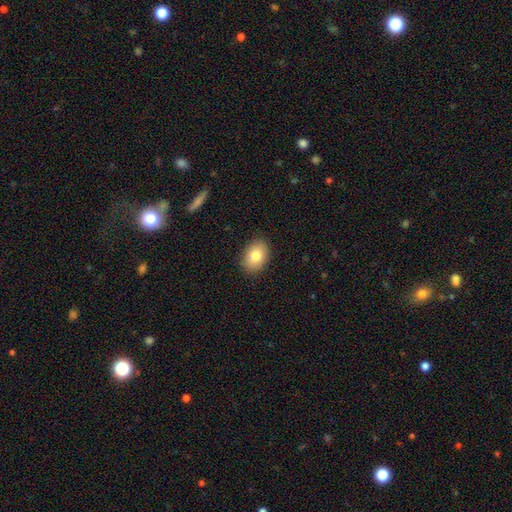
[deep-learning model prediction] The model was most divided on "how rounded": in between: 78%, round: 21%, cigar-shaped: 1%. More confident: merging — none (88%); smooth or featured — smooth (82%).